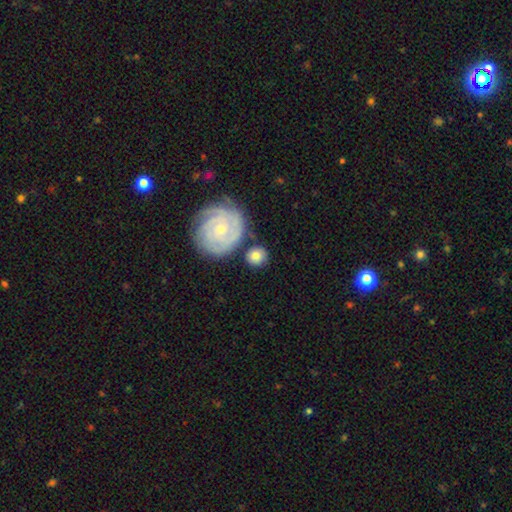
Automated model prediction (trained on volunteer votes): smooth-or-featured: smooth: 63% | featured or disk: 30% | star or artifact: 6%
  how-rounded: round: 85% | in between: 13% | cigar-shaped: 1%
  merging: none: 75% | minor disturbance: 12% | merger: 10% | major disturbance: 4%